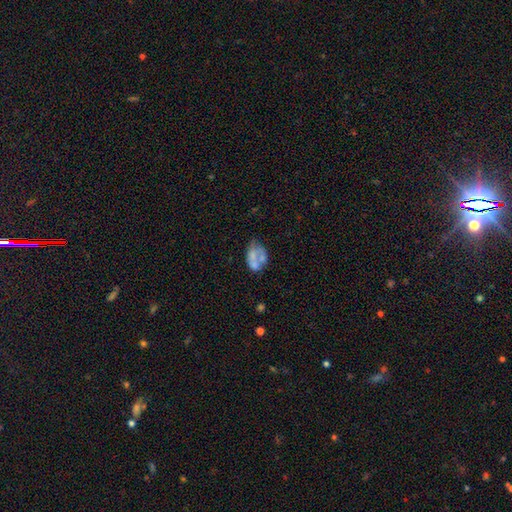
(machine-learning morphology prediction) Smooth or featured: smooth — 49% (featured or disk — 42%)
Merging: none — 33% (merger — 27%)